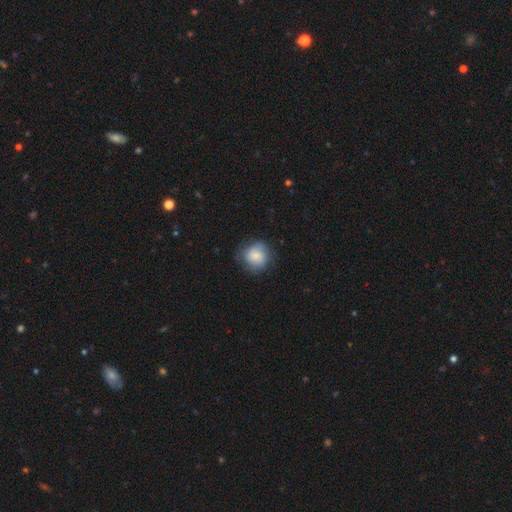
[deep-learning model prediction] Overall: smooth (77%). How rounded: round (83%). Merging: none (72%).